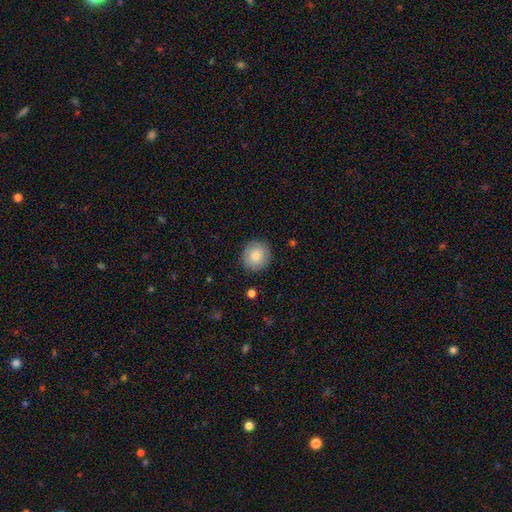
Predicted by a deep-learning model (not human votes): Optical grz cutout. It shows a smooth galaxy with no disk features (84%) that is round (88%). Merging: none (89%).